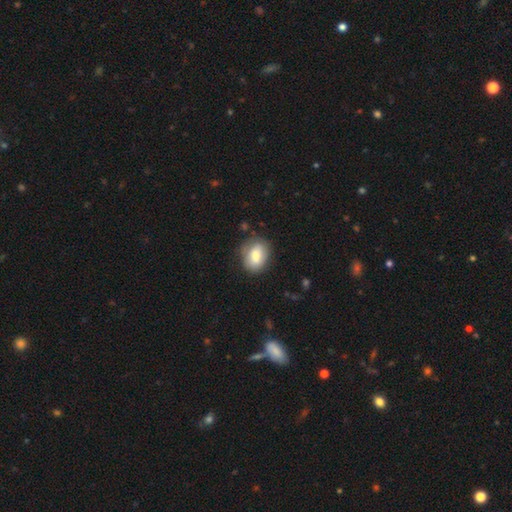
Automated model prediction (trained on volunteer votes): smooth_or_featured: smooth (p=0.79) [alt: featured or disk p=0.14]
how_rounded: in between (p=0.67) [alt: round p=0.32]
merging: none (p=0.75) [alt: minor disturbance p=0.18]